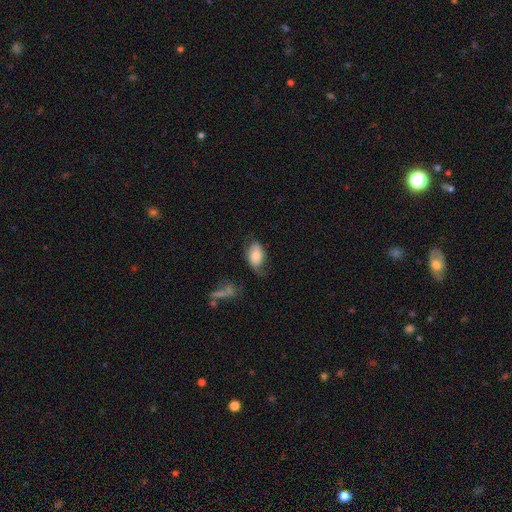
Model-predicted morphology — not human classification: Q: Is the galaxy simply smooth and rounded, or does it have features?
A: smooth — 68%.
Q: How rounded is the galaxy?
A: in between — 90%.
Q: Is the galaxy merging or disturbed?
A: none — 45%.